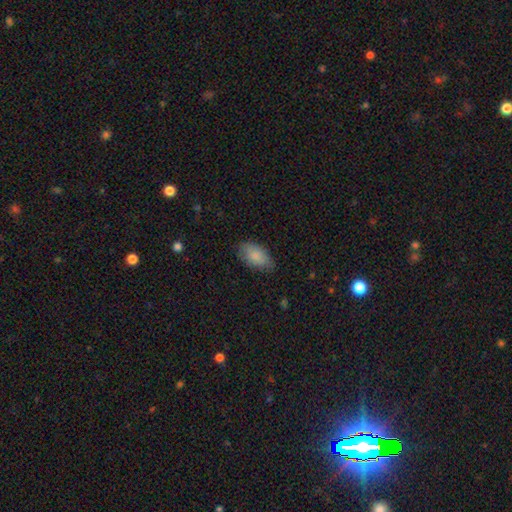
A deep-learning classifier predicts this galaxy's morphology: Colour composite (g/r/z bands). It shows a smooth galaxy with no disk features (85%) that is in between round and cigar-shaped (94%). Merging: none (75%).